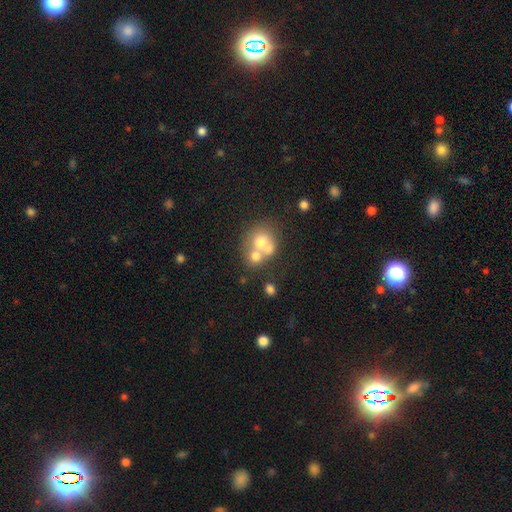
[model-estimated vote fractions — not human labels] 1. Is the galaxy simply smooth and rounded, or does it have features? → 62% smooth, 27% featured or disk, 12% star or artifact.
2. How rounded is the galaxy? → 74% round, 25% in between, 1% cigar-shaped.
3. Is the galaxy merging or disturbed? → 58% merger, 29% none, 8% minor disturbance, 5% major disturbance.